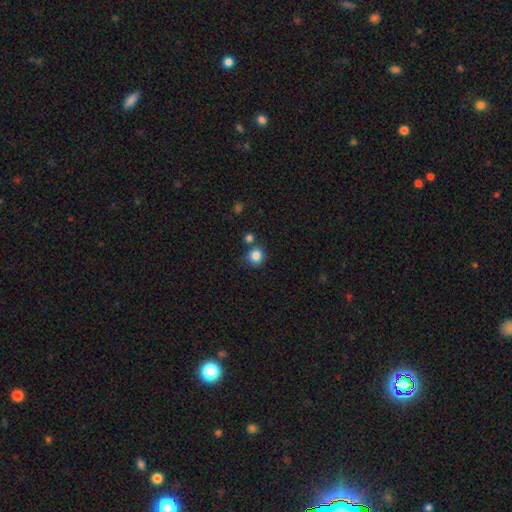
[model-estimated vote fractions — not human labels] A smooth galaxy with no disk features (84%) that is round (87%).

Vote fractions:
- Smooth or featured? smooth: 84% / star or artifact: 11% / featured or disk: 5%
- How rounded? round: 87% / in between: 13% / cigar-shaped: 1%
- Merging? none: 71% / merger: 14% / minor disturbance: 12% / major disturbance: 3%